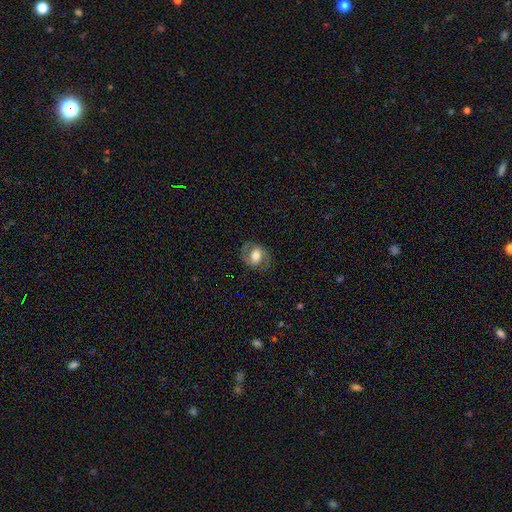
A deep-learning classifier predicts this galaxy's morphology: A featured or disk galaxy (50%). Merging: none (75%).